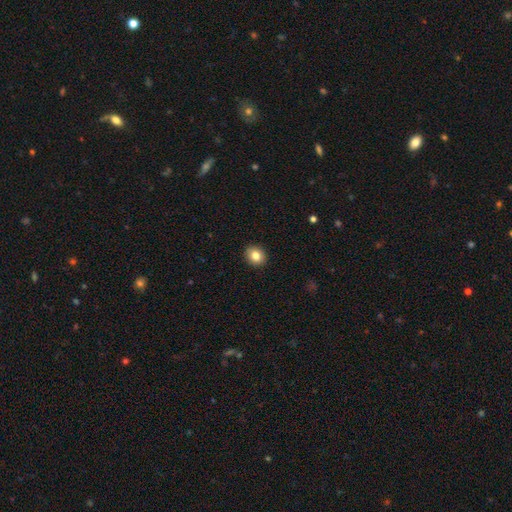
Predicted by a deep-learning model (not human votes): Smooth or featured: smooth — 83% (star or artifact — 9%)
How rounded: round — 67% (in between — 33%)
Merging: none — 91% (minor disturbance — 6%)